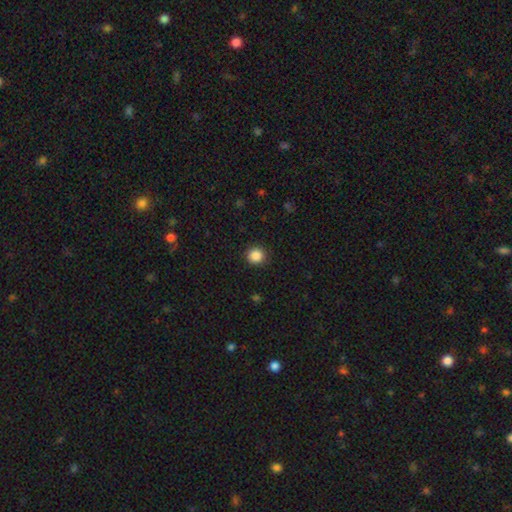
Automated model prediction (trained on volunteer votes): A smooth galaxy with no disk features (88%) that is round (93%).

Vote fractions:
- Smooth or featured? smooth: 88% / star or artifact: 10% / featured or disk: 3%
- How rounded? round: 93% / in between: 6% / cigar-shaped: 1%
- Merging? none: 91% / minor disturbance: 6% / major disturbance: 2% / merger: 1%